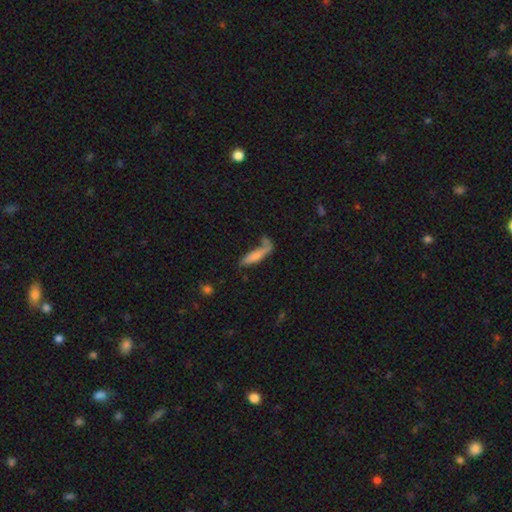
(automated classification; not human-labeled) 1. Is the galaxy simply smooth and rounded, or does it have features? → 57% smooth, 33% featured or disk, 10% star or artifact.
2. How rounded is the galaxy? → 76% cigar-shaped, 22% in between, 2% round.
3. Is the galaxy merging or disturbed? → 44% none, 21% minor disturbance, 18% merger, 17% major disturbance.